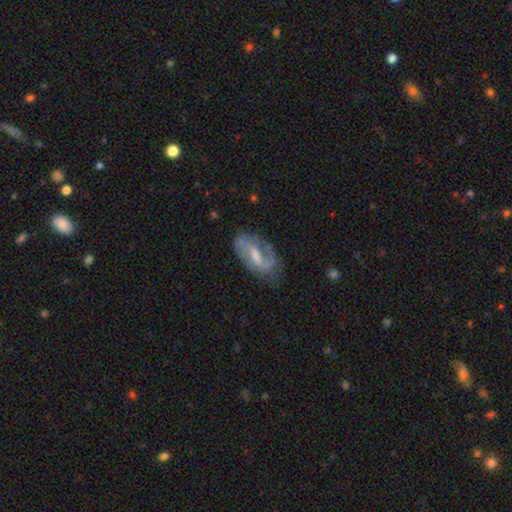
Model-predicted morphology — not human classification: A featured or disk galaxy (76%) with a weak bar (50%), 2 (77%) medium (43%) spiral arms (87%) and a moderate central bulge (44%).

Vote fractions:
- Smooth or featured? featured or disk: 76% / smooth: 18% / star or artifact: 6%
- Edge-on disk? no: 95% / yes: 5%
- Bar? weak: 50% / strong: 33% / no: 16%
- Spiral arms? yes: 87% / no: 13%
- Spiral winding? medium: 43% / loose: 36% / tight: 21%
- Spiral arm count? 2: 77% / can't tell: 10% / 1: 10% / 3: 2% / 4: 1% / more than 4: 1%
- Bulge size? moderate: 44% / small: 36% / none: 13% / large: 6% / dominant: 1%
- Merging? none: 69% / minor disturbance: 21% / major disturbance: 9% / merger: 2%